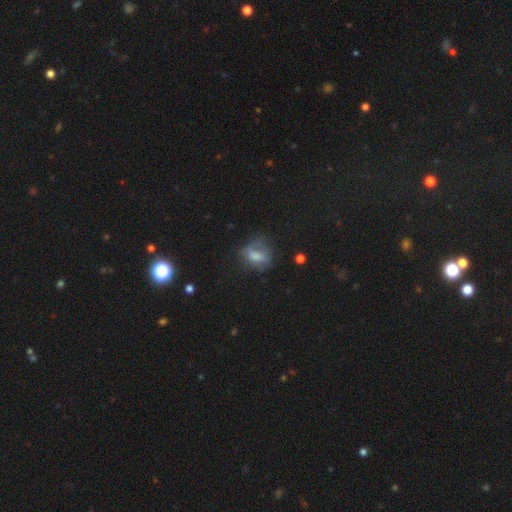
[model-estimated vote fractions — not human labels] smooth-or-featured: smooth: 59% | featured or disk: 29% | star or artifact: 12%
  how-rounded: in between: 64% | round: 28% | cigar-shaped: 8%
  merging: none: 42% | minor disturbance: 29% | major disturbance: 26% | merger: 4%